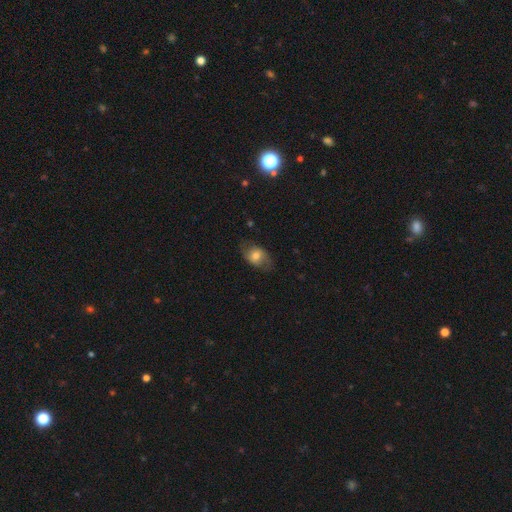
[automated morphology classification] A smooth galaxy with no disk features (65%) that is in between round and cigar-shaped (75%).

Vote fractions:
- Smooth or featured? smooth: 65% / featured or disk: 27% / star or artifact: 8%
- How rounded? in between: 75% / round: 23% / cigar-shaped: 2%
- Merging? none: 70% / minor disturbance: 21% / major disturbance: 8% / merger: 1%